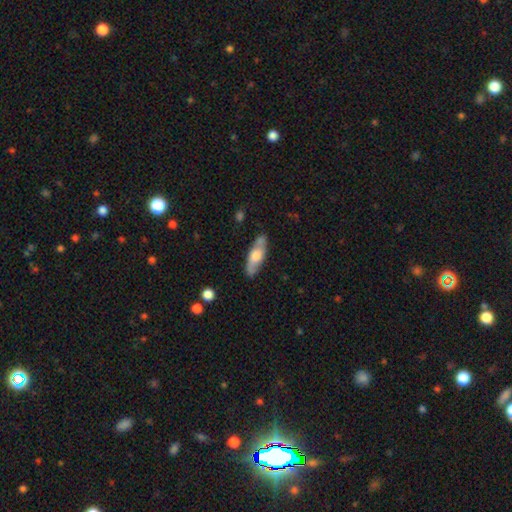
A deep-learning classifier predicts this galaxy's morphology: This is possibly a smooth galaxy (55%). How rounded: possibly in between (53%). Merging: clearly none (80%).